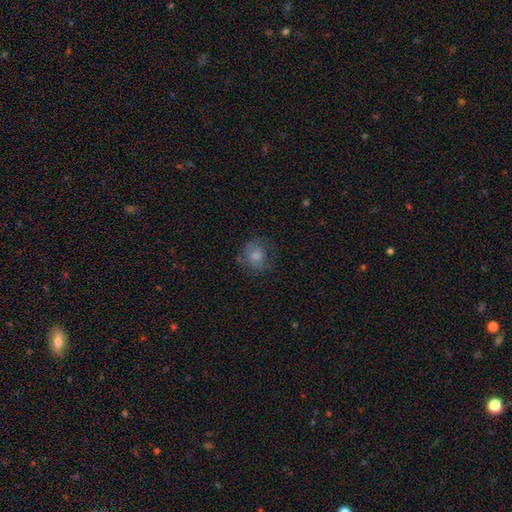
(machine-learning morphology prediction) Q: Smooth or featured?
A: smooth (71%); runner-up: featured or disk (19%)
Q: How rounded?
A: round (70%); runner-up: in between (29%)
Q: Merging?
A: none (61%); runner-up: minor disturbance (22%)